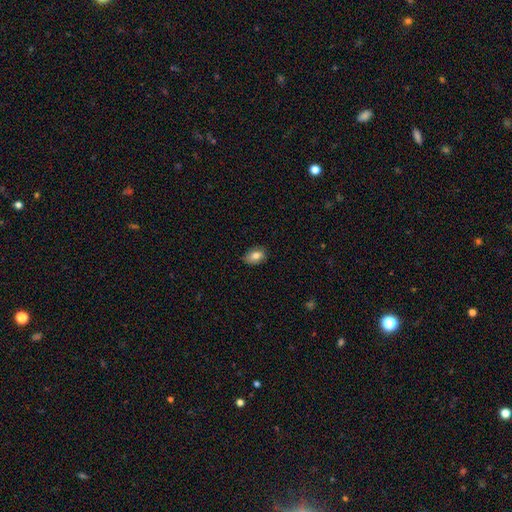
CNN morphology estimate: Smooth or featured?
  - smooth: 82% *
  - featured or disk: 10%
  - star or artifact: 8%
How rounded?
  - in between: 84% *
  - round: 15%
  - cigar-shaped: 2%
Merging?
  - none: 83% *
  - minor disturbance: 14%
  - major disturbance: 2%
  - merger: 1%